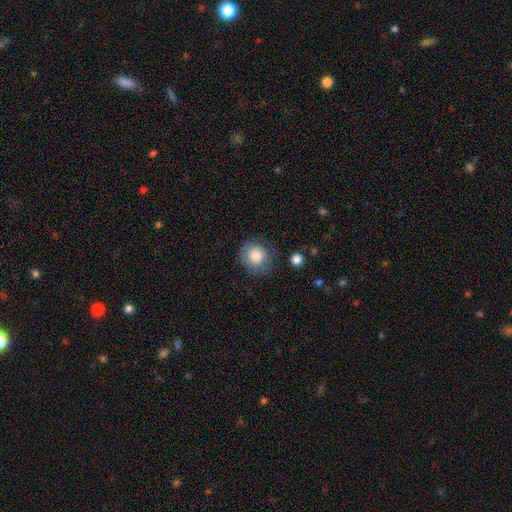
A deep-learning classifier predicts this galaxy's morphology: This is clearly a smooth galaxy (82%). How rounded: clearly round (88%). Merging: likely none (73%).